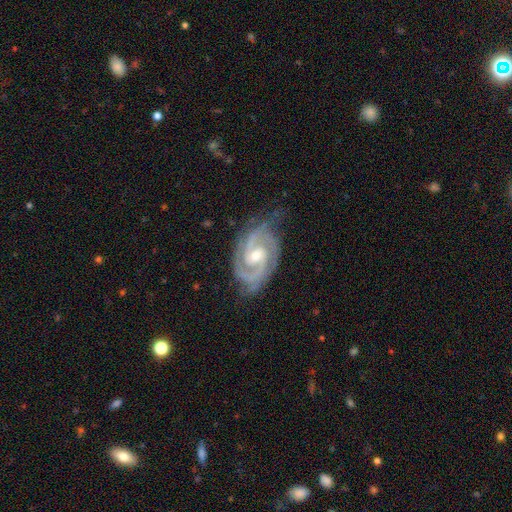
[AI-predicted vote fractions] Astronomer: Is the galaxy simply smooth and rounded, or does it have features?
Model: featured or disk — 93%.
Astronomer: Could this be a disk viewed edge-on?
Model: no — 97%.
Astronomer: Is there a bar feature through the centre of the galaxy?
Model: no — 45% (runner-up: weak, 42%).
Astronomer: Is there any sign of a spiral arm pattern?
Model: yes — 99%.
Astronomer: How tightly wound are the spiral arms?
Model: tight — 61%.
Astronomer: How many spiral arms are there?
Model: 2 — 74%.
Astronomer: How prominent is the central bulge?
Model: moderate — 61%.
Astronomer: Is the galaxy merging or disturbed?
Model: none — 74%.